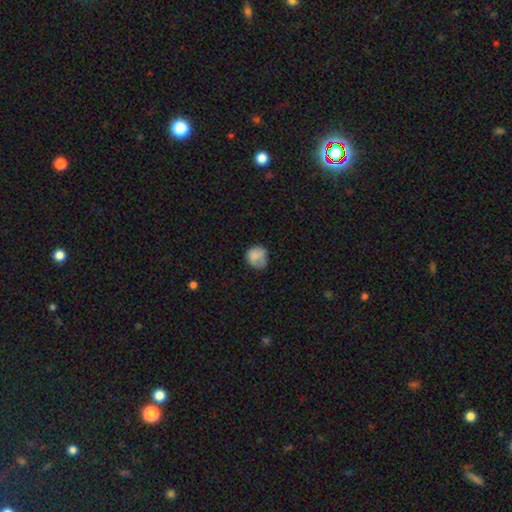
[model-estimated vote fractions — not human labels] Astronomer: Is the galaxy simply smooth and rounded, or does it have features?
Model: smooth — 80%.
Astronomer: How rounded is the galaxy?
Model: round — 75%.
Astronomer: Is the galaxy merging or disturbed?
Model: none — 55% (runner-up: minor disturbance, 31%).